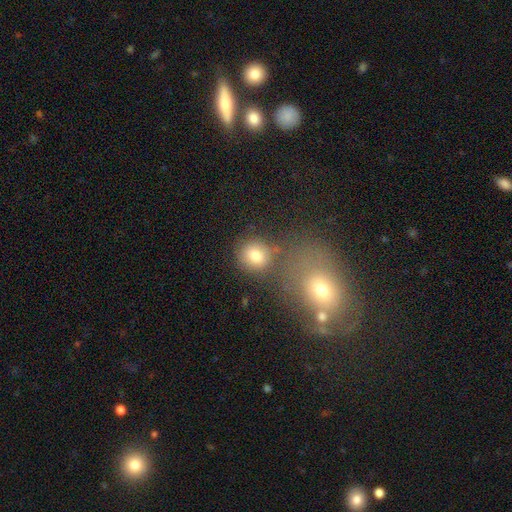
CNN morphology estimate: type=smooth (79%); roundness=round (79%); merging=none (68%).